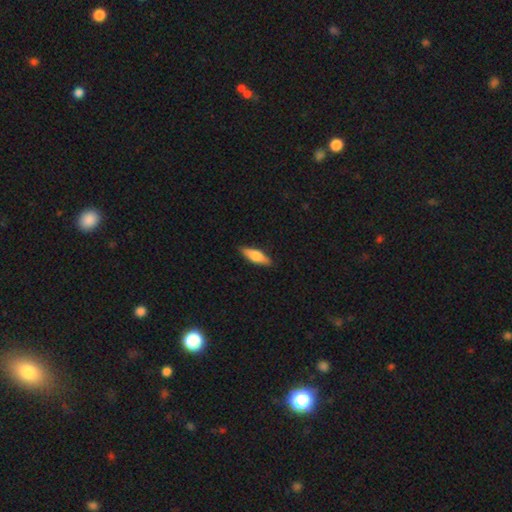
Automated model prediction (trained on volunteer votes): Morphology: type=smooth (60%); roundness=in between (50%); merging=none (88%).